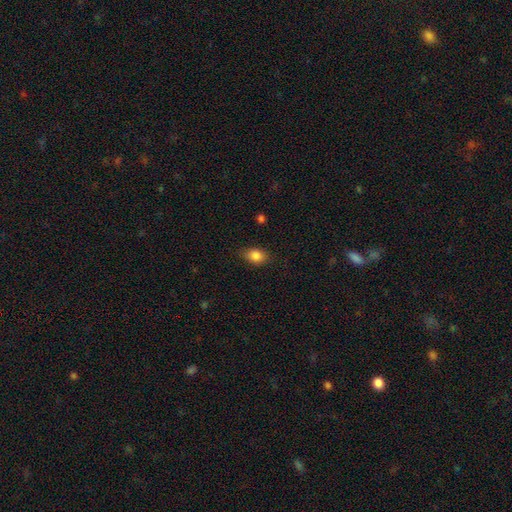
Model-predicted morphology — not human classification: Smooth or featured? smooth (86%)
How rounded? in between (75%)
Merging? none (81%)